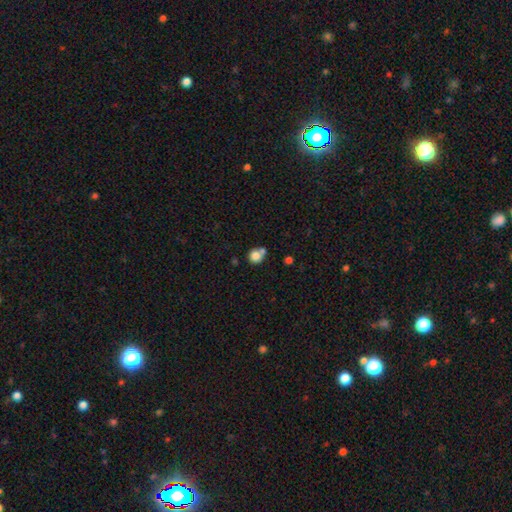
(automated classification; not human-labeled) Overall: smooth (82%). How rounded: round (87%). Merging: none (51%; merger 35%).